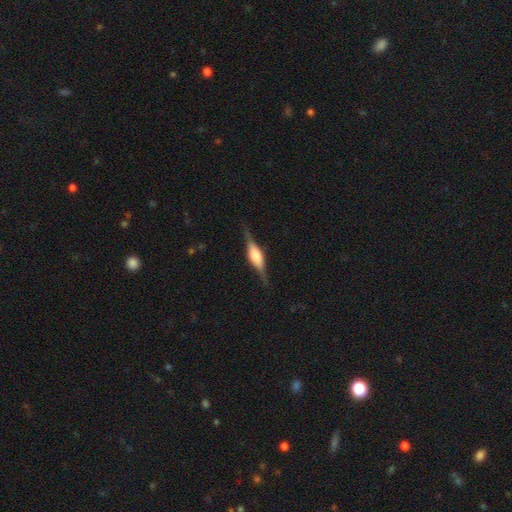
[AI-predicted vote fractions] A featured or disk galaxy (72%) viewed edge-on (97%) with a rounded central bulge (66%).

Vote fractions:
- Smooth or featured? featured or disk: 72% / smooth: 22% / star or artifact: 6%
- Edge-on disk? yes: 97% / no: 3%
- Edge-on bulge? rounded: 66% / boxy: 31% / none: 3%
- Merging? none: 82% / minor disturbance: 12% / major disturbance: 4% / merger: 1%